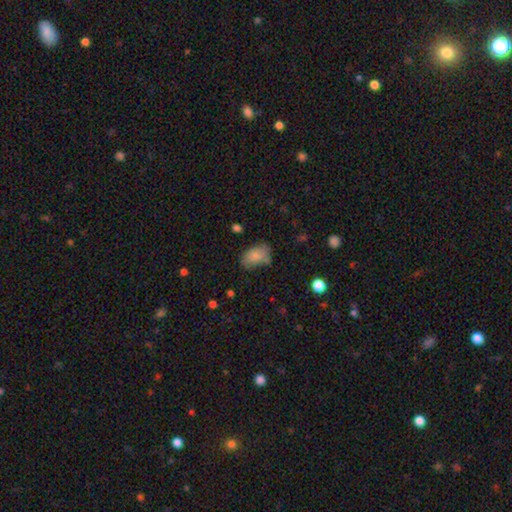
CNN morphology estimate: The model was most divided on "merging": none: 58%, minor disturbance: 29%, major disturbance: 8%, merger: 5%. More confident: how rounded — in between (89%); smooth or featured — smooth (81%).